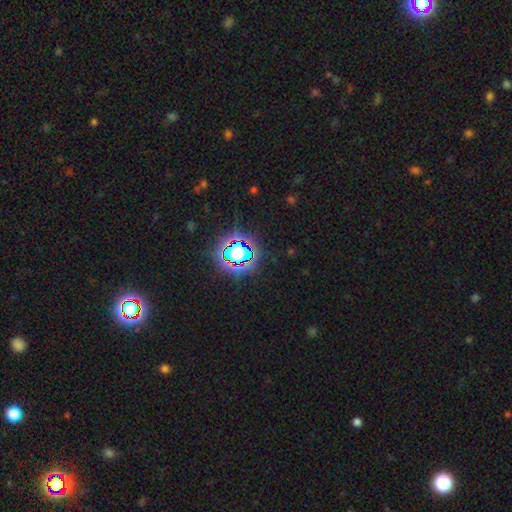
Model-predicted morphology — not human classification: Q: Smooth or featured?
A: star or artifact (77%); runner-up: smooth (15%)